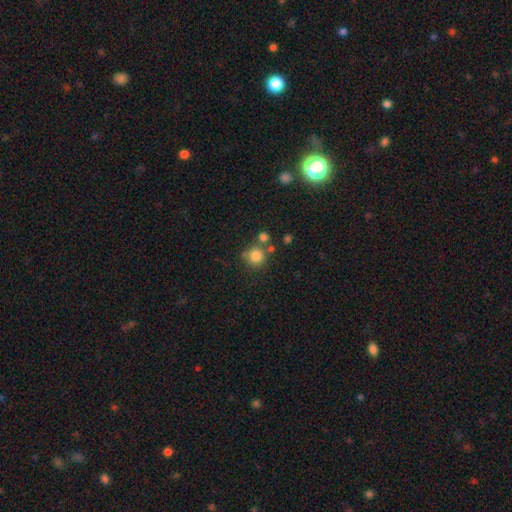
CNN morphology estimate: A smooth galaxy with no disk features (83%) that is round (91%). Merging: none (67%).